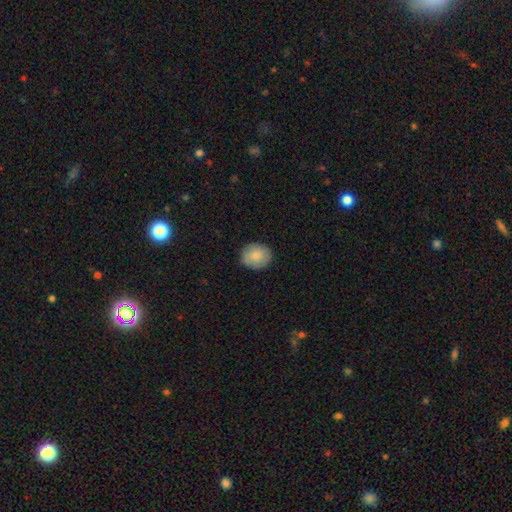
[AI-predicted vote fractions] Overall: smooth (84%). How rounded: round (66%; in between 33%). Merging: none (85%).